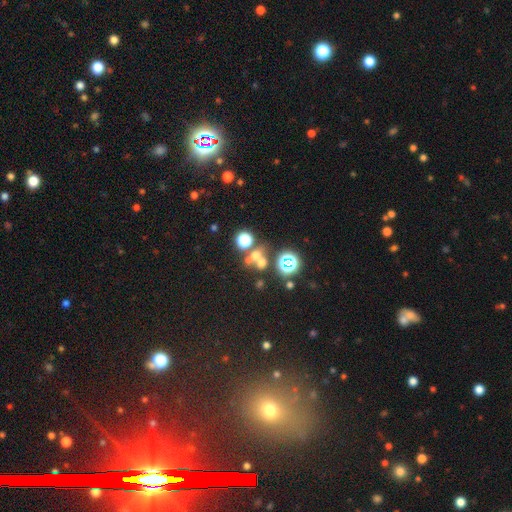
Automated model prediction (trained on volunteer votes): Q: Smooth or featured?
A: smooth (49%); runner-up: star or artifact (36%)
Q: Merging?
A: none (50%); runner-up: merger (37%)